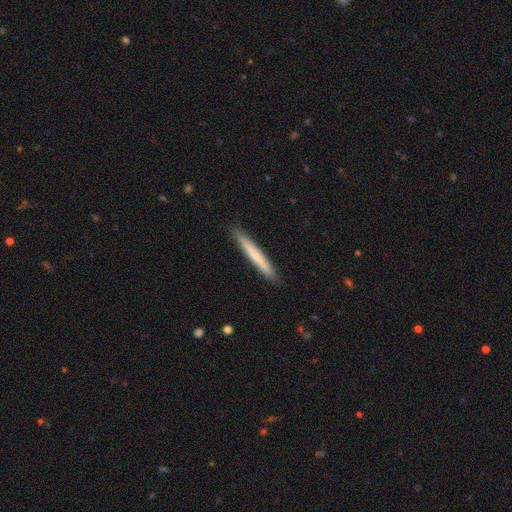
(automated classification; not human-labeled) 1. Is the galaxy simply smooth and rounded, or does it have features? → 66% smooth, 29% featured or disk, 5% star or artifact.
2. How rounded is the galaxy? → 96% cigar-shaped, 2% in between, 1% round.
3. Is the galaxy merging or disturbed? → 91% none, 7% minor disturbance, 1% major disturbance, 1% merger.